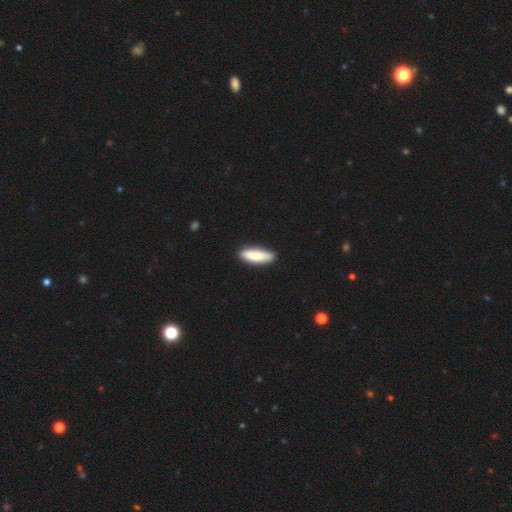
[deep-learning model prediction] Q: Smooth or featured?
A: smooth (82%); runner-up: featured or disk (13%)
Q: How rounded?
A: in between (52%); runner-up: cigar-shaped (46%)
Q: Merging?
A: none (87%); runner-up: minor disturbance (10%)